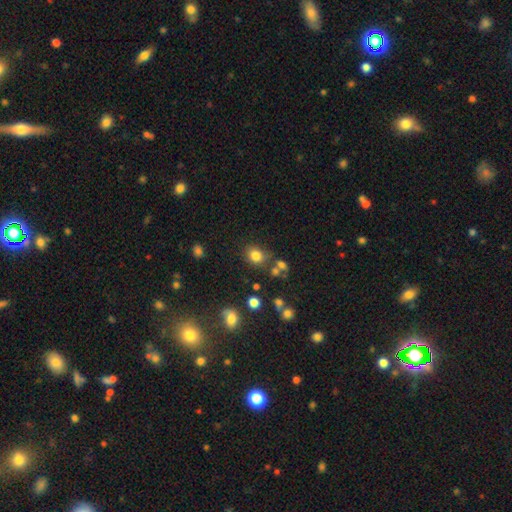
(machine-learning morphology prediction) smooth-or-featured: smooth: 79% | star or artifact: 13% | featured or disk: 8%
  how-rounded: round: 59% | in between: 40% | cigar-shaped: 1%
  merging: none: 71% | minor disturbance: 14% | merger: 9% | major disturbance: 5%